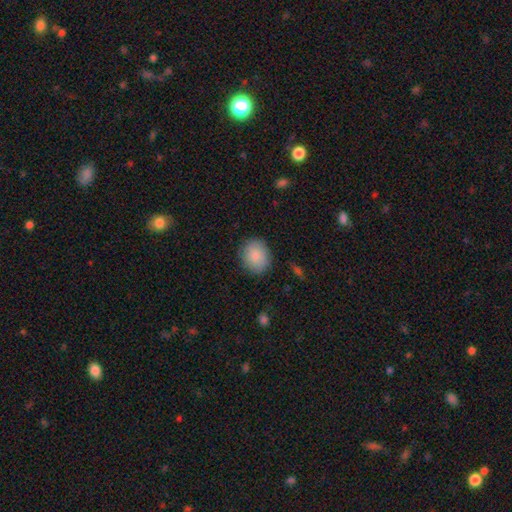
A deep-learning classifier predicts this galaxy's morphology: type=smooth (88%); roundness=round (62%); merging=none (85%).